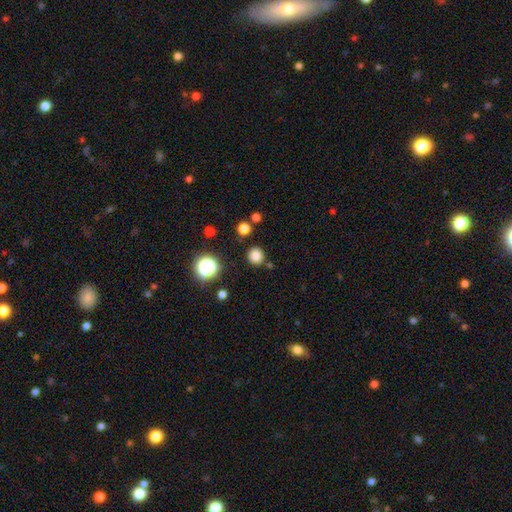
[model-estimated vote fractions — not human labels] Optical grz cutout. It shows a smooth galaxy with no disk features (81%) that is round (89%). Merging: none (85%).